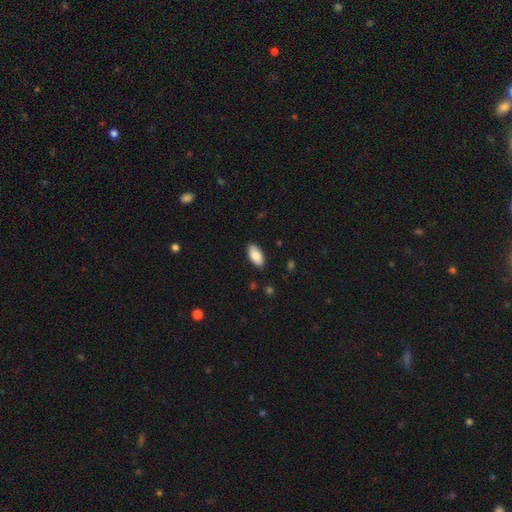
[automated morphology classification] Smooth or featured: smooth — 85% (featured or disk — 9%)
How rounded: in between — 94% (cigar-shaped — 5%)
Merging: none — 87% (minor disturbance — 10%)